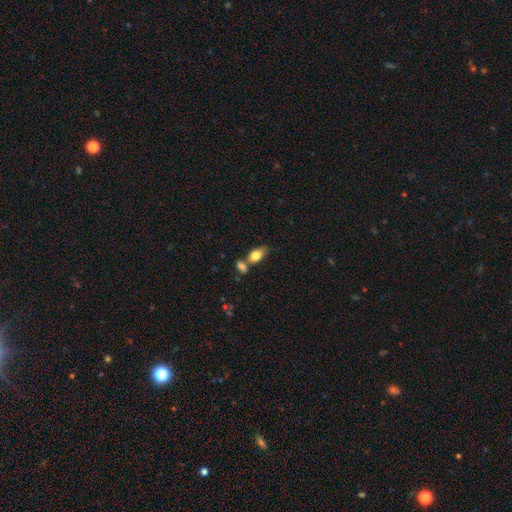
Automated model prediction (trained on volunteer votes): Morphology: type=smooth (82%); roundness=in between (88%); merging=none (41%).